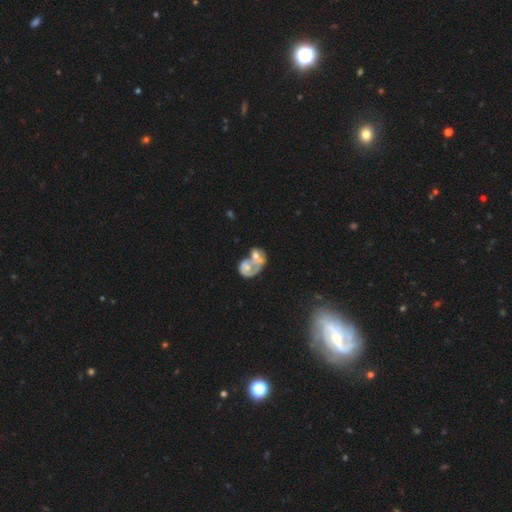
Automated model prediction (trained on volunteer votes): Smooth or featured? featured or disk (53%)
Edge-on disk? no (98%)
Bar? no (86%)
Spiral arms? no (66%)
Bulge size? moderate (39%)
Merging? merger (69%)